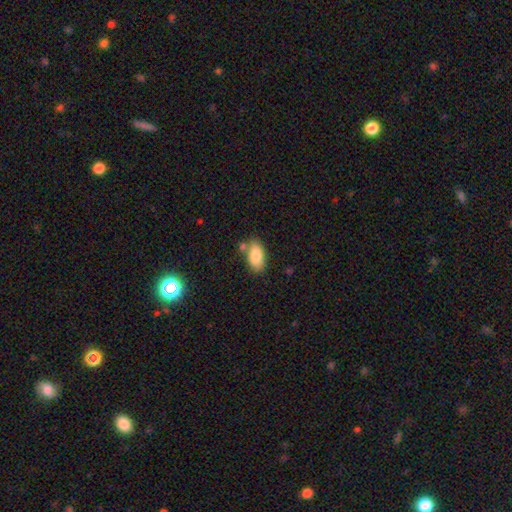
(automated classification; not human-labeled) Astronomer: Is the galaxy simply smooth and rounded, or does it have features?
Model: smooth — 83%.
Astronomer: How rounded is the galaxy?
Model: in between — 92%.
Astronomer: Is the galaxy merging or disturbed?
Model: none — 71%.